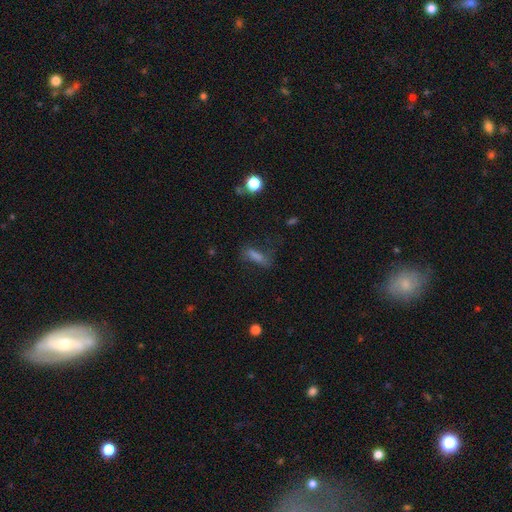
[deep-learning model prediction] smooth-or-featured: smooth: 55% | featured or disk: 24% | star or artifact: 21%
  how-rounded: in between: 48% | cigar-shaped: 46% | round: 7%
  merging: none: 54% | minor disturbance: 22% | major disturbance: 20% | merger: 4%